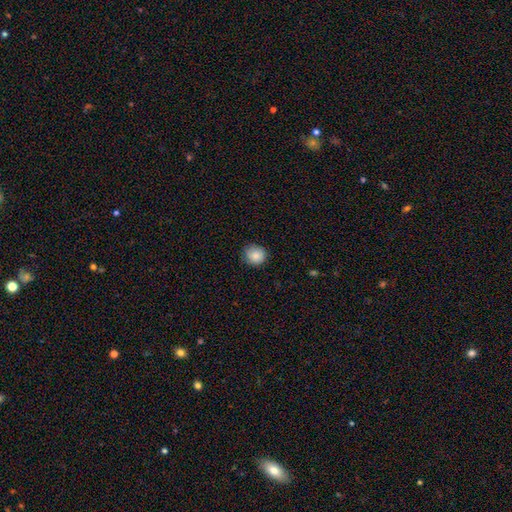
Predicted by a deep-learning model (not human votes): smooth 85%, star or artifact 9%, featured or disk 6%. Down the decision tree: how rounded — round (83%); merging — none (80%).